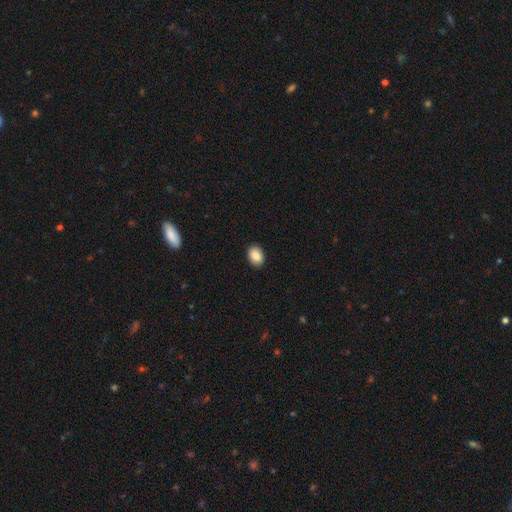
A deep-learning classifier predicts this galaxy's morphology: type=smooth (88%); roundness=in between (79%); merging=none (91%).